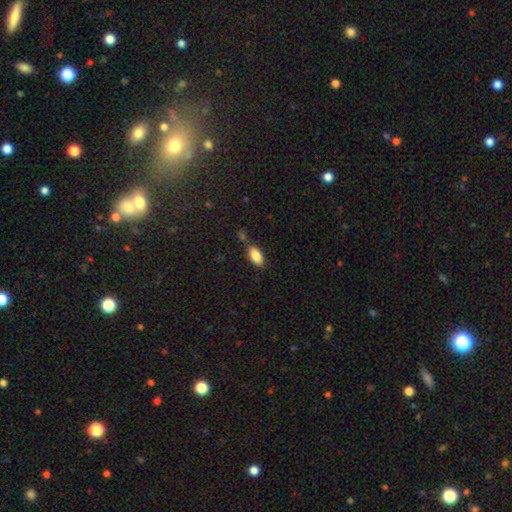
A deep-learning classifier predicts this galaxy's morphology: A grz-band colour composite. It shows a smooth galaxy with no disk features (86%) that is in between round and cigar-shaped (91%). Merging: none (74%).